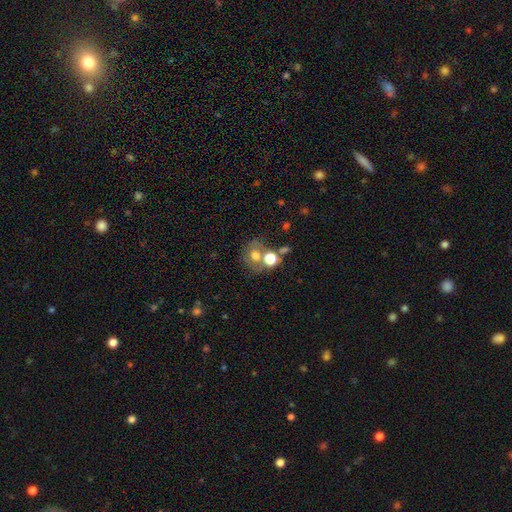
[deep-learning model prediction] Morphology: type=smooth (61%); roundness=round (67%); merging=none (46%).